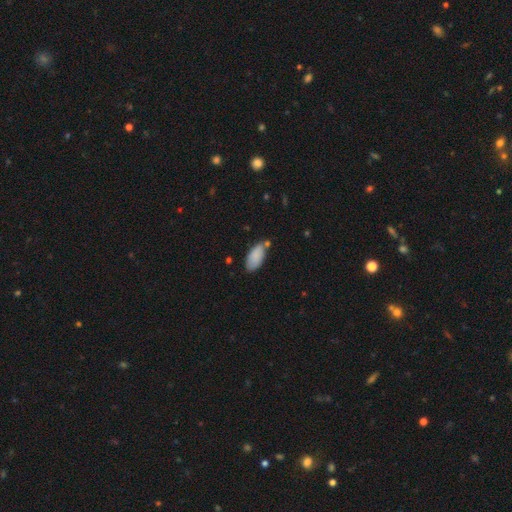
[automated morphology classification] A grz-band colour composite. It shows a smooth galaxy with no disk features (87%) that is in between round and cigar-shaped (91%). Merging: none (63%).